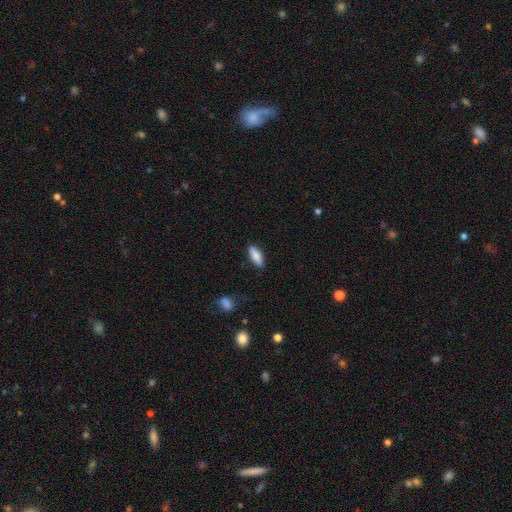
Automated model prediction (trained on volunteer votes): Q: Smooth or featured?
A: smooth (81%); runner-up: featured or disk (13%)
Q: How rounded?
A: in between (64%); runner-up: cigar-shaped (34%)
Q: Merging?
A: none (86%); runner-up: minor disturbance (11%)